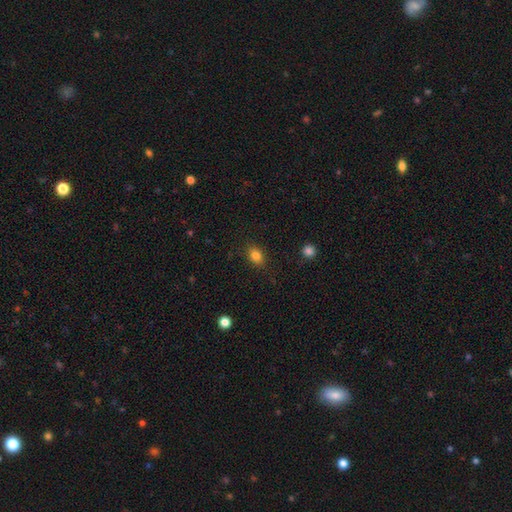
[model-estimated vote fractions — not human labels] This appears to be a smooth galaxy with no disk features (83%) that is in between round and cigar-shaped (71%). Merging: none (86%).